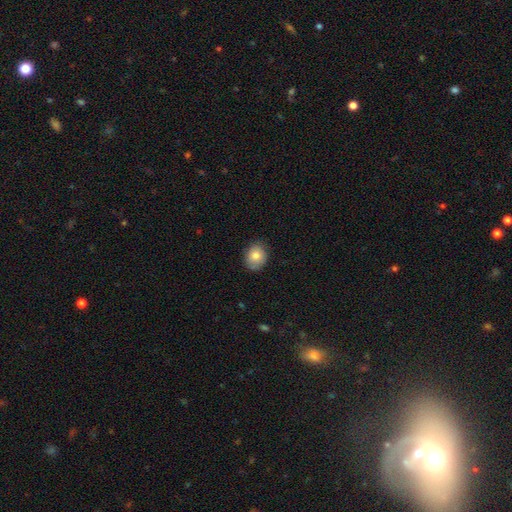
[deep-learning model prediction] smooth_or_featured: smooth (p=0.82) [alt: featured or disk p=0.10]
how_rounded: round (p=0.53) [alt: in between p=0.47]
merging: none (p=0.80) [alt: minor disturbance p=0.16]